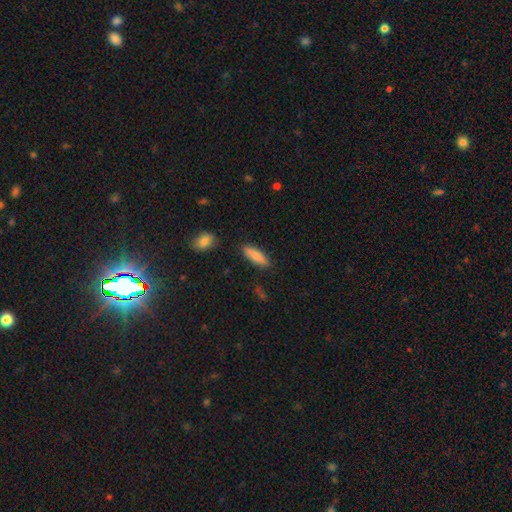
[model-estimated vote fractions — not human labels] Morphology: type=smooth (85%); roundness=cigar-shaped (54%); merging=none (85%).